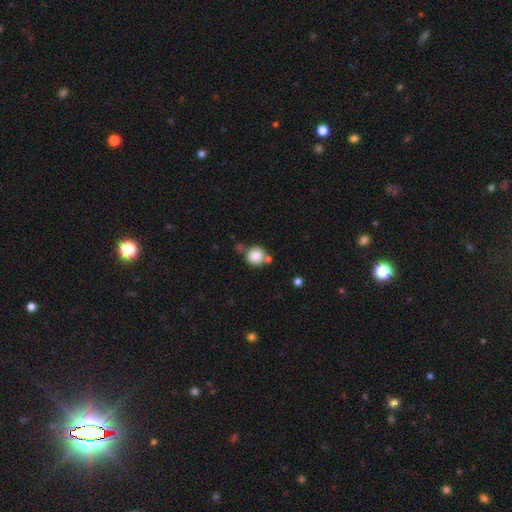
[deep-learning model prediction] Smooth or featured?
  - smooth: 81% *
  - featured or disk: 10%
  - star or artifact: 10%
How rounded?
  - round: 90% *
  - in between: 9%
  - cigar-shaped: 1%
Merging?
  - none: 65% *
  - merger: 19%
  - minor disturbance: 12%
  - major disturbance: 4%